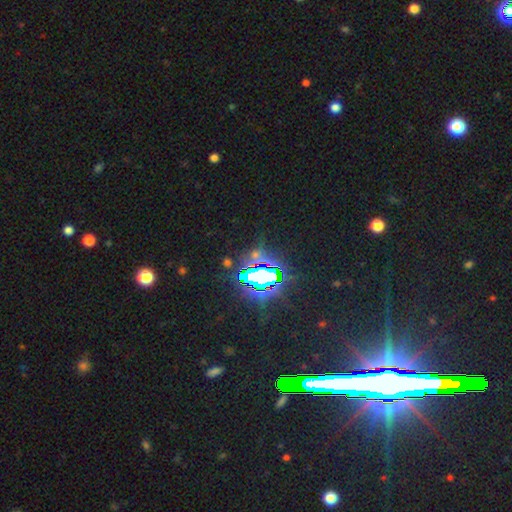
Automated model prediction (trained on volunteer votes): Smooth or featured? star or artifact (80%)